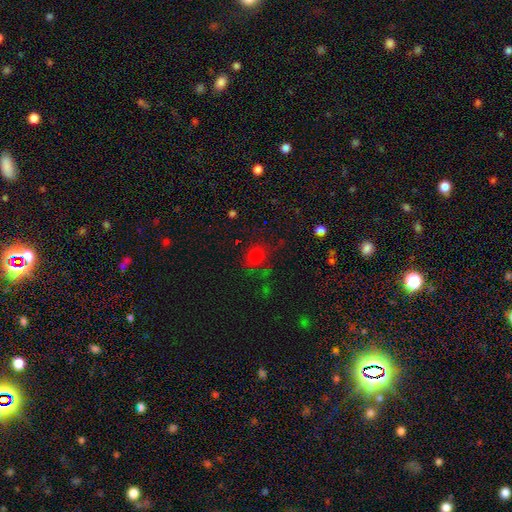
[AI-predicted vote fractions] smooth-or-featured: smooth: 68% | star or artifact: 24% | featured or disk: 8%
  how-rounded: round: 71% | in between: 28% | cigar-shaped: 2%
  merging: none: 62% | minor disturbance: 19% | major disturbance: 14% | merger: 5%